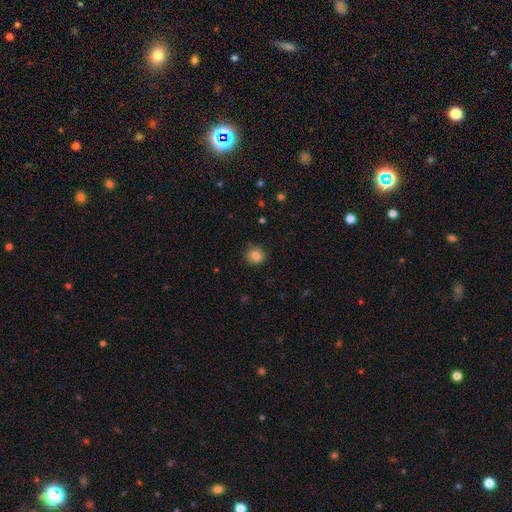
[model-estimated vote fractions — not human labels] This is likely a smooth galaxy (80%). How rounded: likely round (79%). Merging: clearly none (81%).